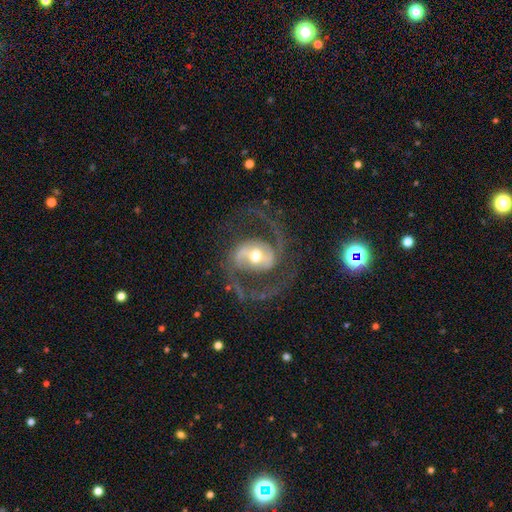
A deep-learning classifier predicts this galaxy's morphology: A featured or disk galaxy (90%) with a weak bar (42%), 2 (92%) medium (58%) spiral arms (96%) and a moderate central bulge (68%).

Vote fractions:
- Smooth or featured? featured or disk: 90% / smooth: 5% / star or artifact: 5%
- Edge-on disk? no: 97% / yes: 3%
- Bar? weak: 42% / strong: 33% / no: 25%
- Spiral arms? yes: 96% / no: 4%
- Spiral winding? medium: 58% / loose: 30% / tight: 13%
- Spiral arm count? 2: 92% / 3: 2% / can't tell: 2% / 1: 2% / 4: 1% / more than 4: 1%
- Bulge size? moderate: 68% / large: 15% / small: 14% / dominant: 2% / none: 1%
- Merging? none: 74% / major disturbance: 12% / minor disturbance: 12% / merger: 2%